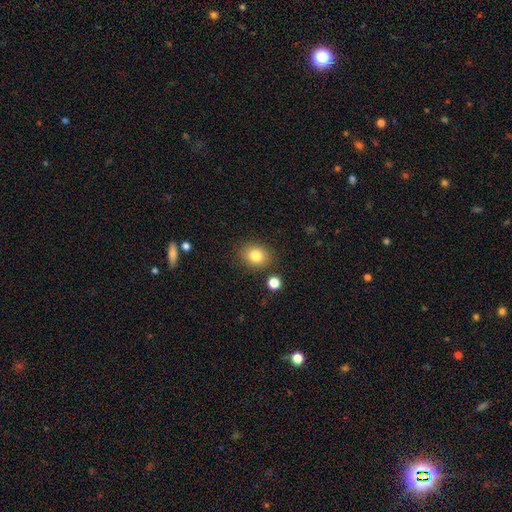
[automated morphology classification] Smooth or featured? Predicted: smooth (p=0.82). How rounded? Predicted: round (p=0.54). Merging? Predicted: none (p=0.83).